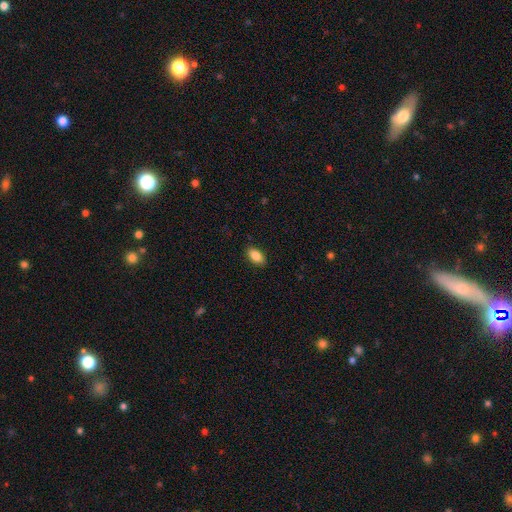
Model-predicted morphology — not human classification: smooth-or-featured: smooth: 85% | featured or disk: 8% | star or artifact: 7%
  how-rounded: in between: 91% | cigar-shaped: 5% | round: 4%
  merging: none: 88% | minor disturbance: 9% | major disturbance: 2% | merger: 1%